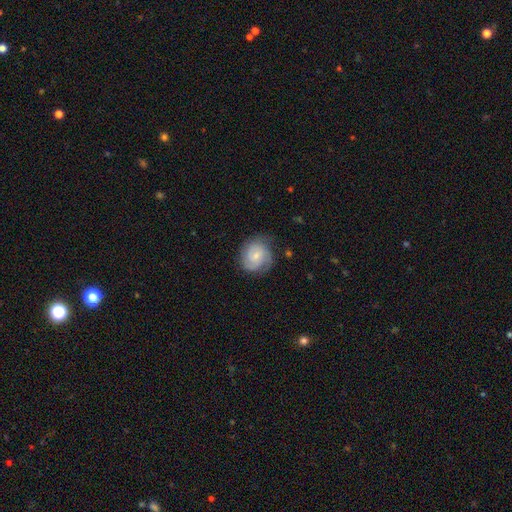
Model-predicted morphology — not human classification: smooth_or_featured: featured or disk (p=0.56) [alt: smooth p=0.38]
disk_edge_on: no (p=0.98) [alt: yes p=0.02]
bar: no (p=0.65) [alt: weak p=0.31]
has_spiral_arms: yes (p=0.90) [alt: no p=0.10]
bulge_size: small (p=0.63) [alt: moderate p=0.30]
merging: none (p=0.71) [alt: minor disturbance p=0.21]